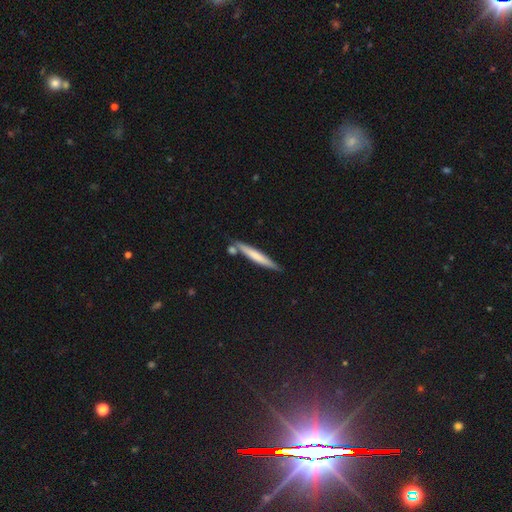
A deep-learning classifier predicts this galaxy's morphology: This is likely a smooth galaxy (62%). How rounded: clearly cigar-shaped (95%). Merging: likely none (75%).